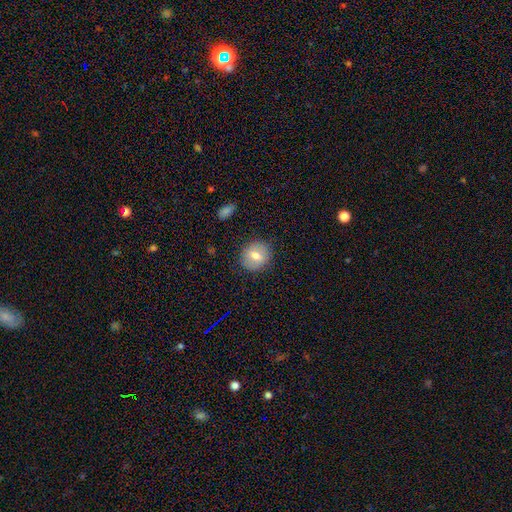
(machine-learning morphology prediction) Q: Smooth or featured?
A: smooth (70%); runner-up: featured or disk (22%)
Q: How rounded?
A: round (79%); runner-up: in between (20%)
Q: Merging?
A: none (86%); runner-up: minor disturbance (10%)